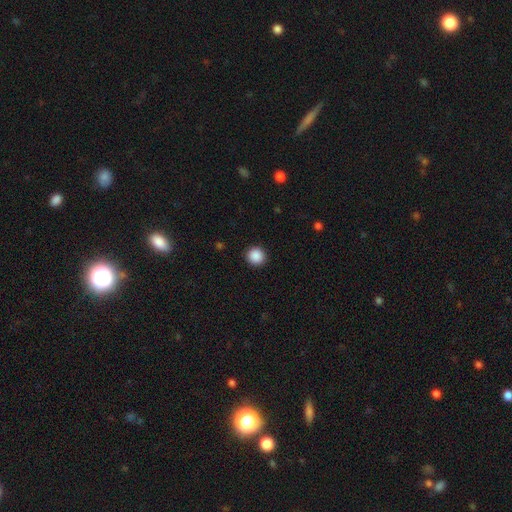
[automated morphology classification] Smooth or featured? smooth (89%)
How rounded? round (94%)
Merging? none (92%)